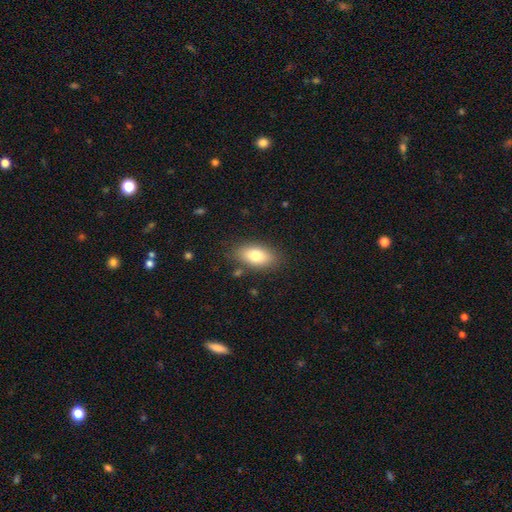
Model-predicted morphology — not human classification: Smooth or featured? smooth (78%)
How rounded? in between (89%)
Merging? none (83%)